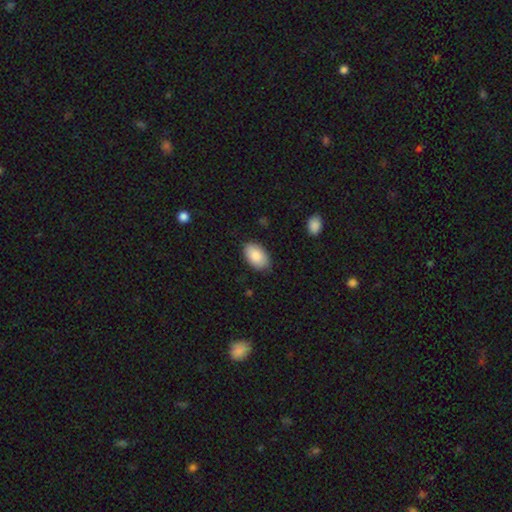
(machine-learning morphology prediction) The model was most divided on "merging": none: 82%, minor disturbance: 14%, major disturbance: 3%, merger: 1%. More confident: how rounded — in between (93%); smooth or featured — smooth (87%).